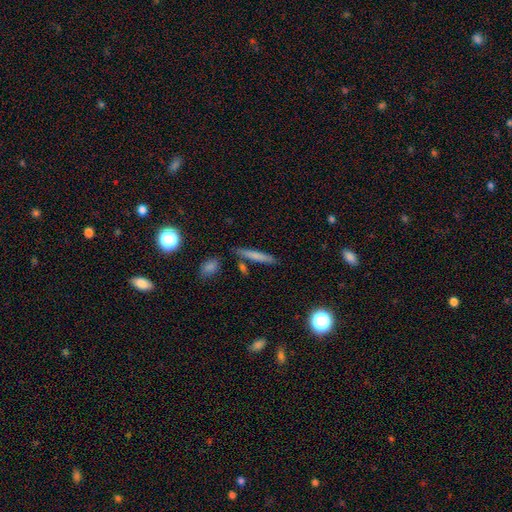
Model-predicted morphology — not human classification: type=smooth (70%); roundness=cigar-shaped (91%); merging=none (79%).